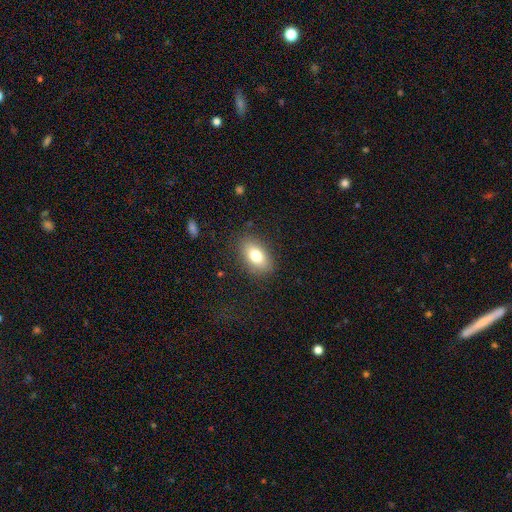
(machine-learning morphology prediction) Overall: smooth (77%). How rounded: in between (89%). Merging: none (85%).